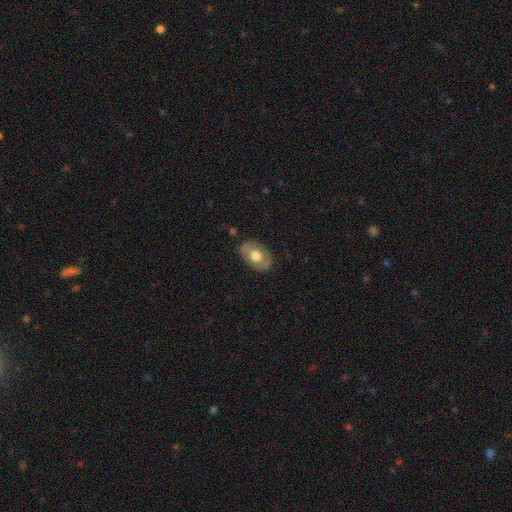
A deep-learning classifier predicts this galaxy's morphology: Smooth or featured: smooth — 57% (featured or disk — 36%)
How rounded: in between — 82% (round — 17%)
Merging: none — 82% (minor disturbance — 14%)